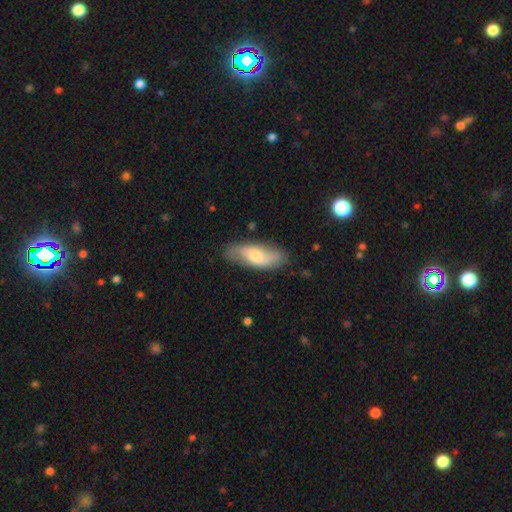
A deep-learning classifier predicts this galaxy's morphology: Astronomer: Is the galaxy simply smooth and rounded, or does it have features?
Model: smooth — 48% (runner-up: featured or disk, 46%).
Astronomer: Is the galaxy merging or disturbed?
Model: none — 79%.